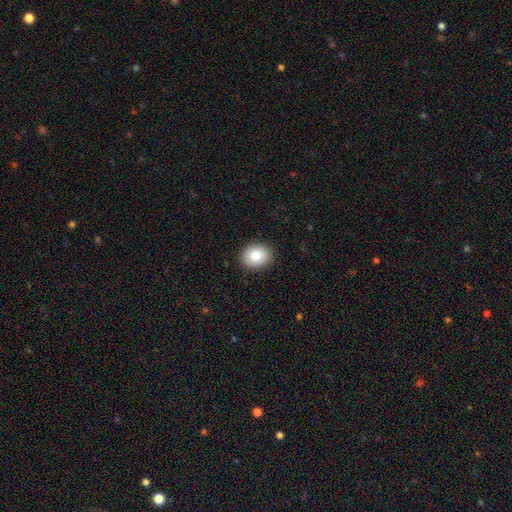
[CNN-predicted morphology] Smooth or featured?
  - smooth: 82% *
  - featured or disk: 10%
  - star or artifact: 9%
How rounded?
  - round: 59% *
  - in between: 41%
  - cigar-shaped: 1%
Merging?
  - none: 91% *
  - minor disturbance: 7%
  - major disturbance: 2%
  - merger: 1%